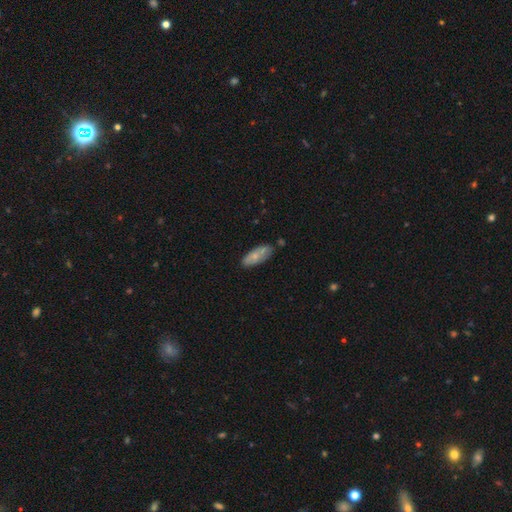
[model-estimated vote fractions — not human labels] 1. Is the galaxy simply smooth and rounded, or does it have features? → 69% smooth, 25% featured or disk, 6% star or artifact.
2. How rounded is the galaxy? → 75% in between, 23% cigar-shaped, 2% round.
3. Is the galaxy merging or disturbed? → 75% none, 18% minor disturbance, 4% merger, 3% major disturbance.